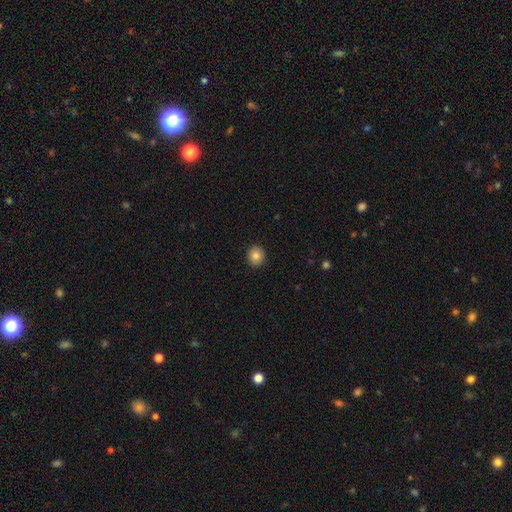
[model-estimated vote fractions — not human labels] This is clearly a smooth galaxy (83%). How rounded: clearly round (82%). Merging: clearly none (91%).